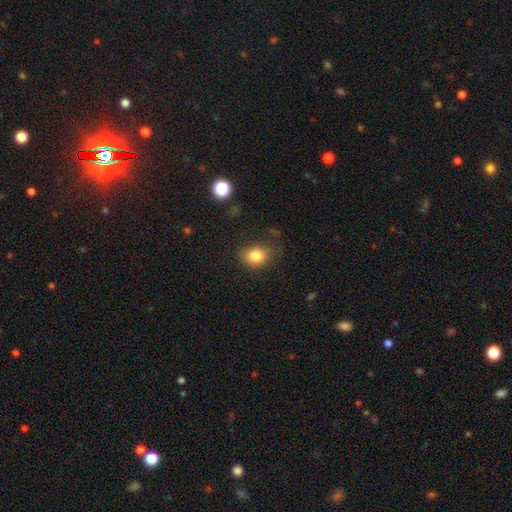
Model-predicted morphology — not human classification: Smooth or featured: smooth — 82% (star or artifact — 11%)
How rounded: in between — 52% (round — 47%)
Merging: none — 67% (minor disturbance — 22%)